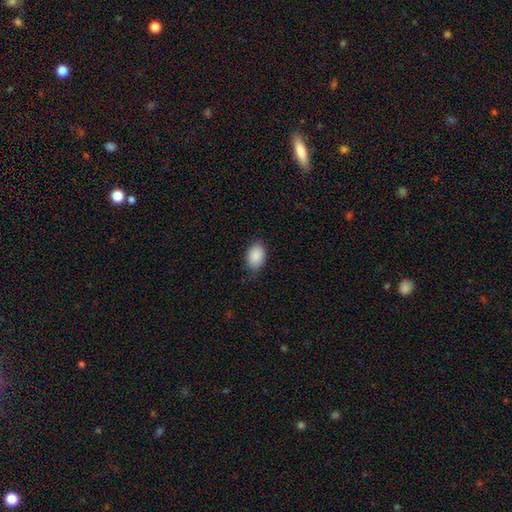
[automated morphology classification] Q: Smooth or featured?
A: smooth (89%); runner-up: star or artifact (7%)
Q: How rounded?
A: in between (87%); runner-up: round (12%)
Q: Merging?
A: none (79%); runner-up: minor disturbance (17%)